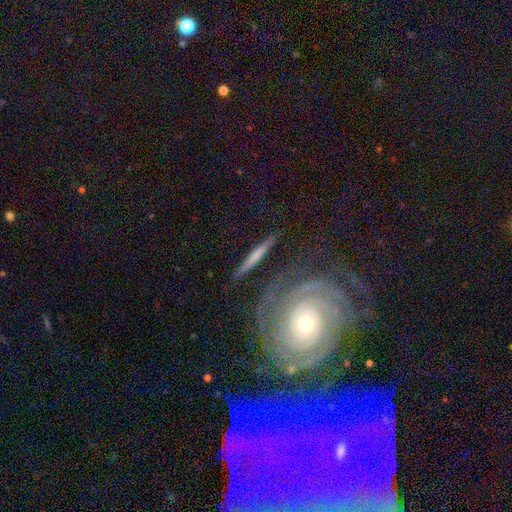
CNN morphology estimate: smooth_or_featured: featured or disk (p=0.47) [alt: smooth p=0.46]
merging: none (p=0.79) [alt: minor disturbance p=0.12]